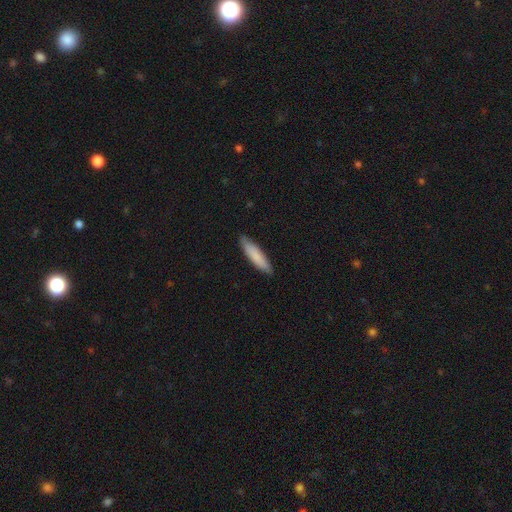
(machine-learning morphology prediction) The model was most divided on "how rounded": cigar-shaped: 78%, in between: 21%, round: 1%. More confident: merging — none (88%); smooth or featured — smooth (84%).